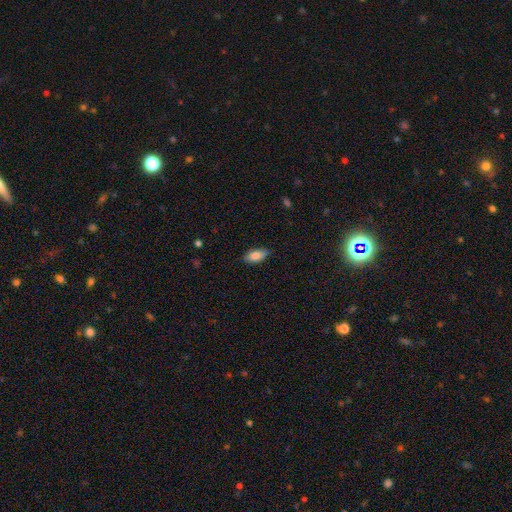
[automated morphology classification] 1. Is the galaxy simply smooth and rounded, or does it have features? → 82% smooth, 11% featured or disk, 7% star or artifact.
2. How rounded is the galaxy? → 89% in between, 8% cigar-shaped, 3% round.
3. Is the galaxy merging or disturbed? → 85% none, 12% minor disturbance, 2% major disturbance, 1% merger.